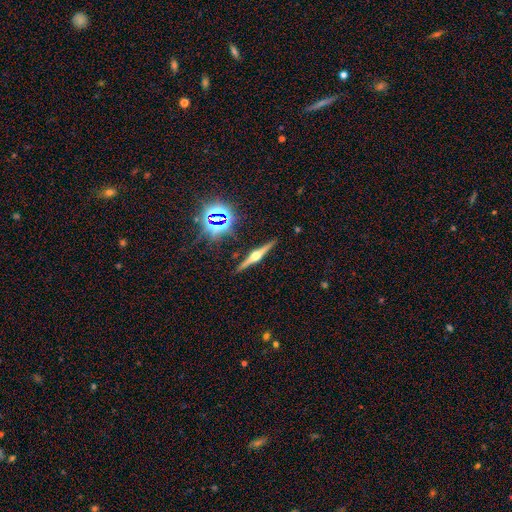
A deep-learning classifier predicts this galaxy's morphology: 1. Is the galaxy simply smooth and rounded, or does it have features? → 78% featured or disk, 12% smooth, 11% star or artifact.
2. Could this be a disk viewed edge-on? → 98% yes, 2% no.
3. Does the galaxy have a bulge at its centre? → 93% rounded, 5% boxy, 2% none.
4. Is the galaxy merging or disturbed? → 91% none, 6% minor disturbance, 2% major disturbance, 2% merger.